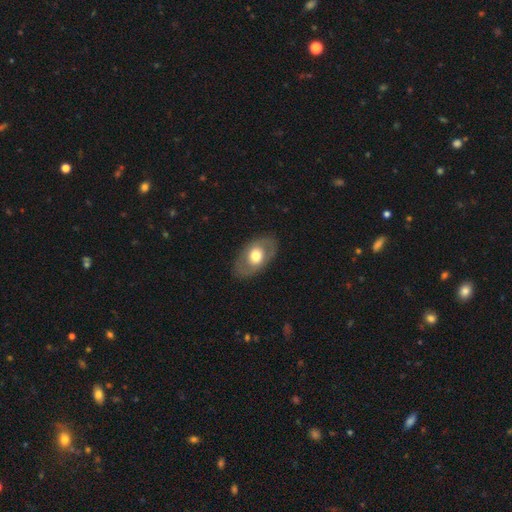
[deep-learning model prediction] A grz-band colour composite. It shows a smooth galaxy with no disk features (49%). Merging: none (84%).